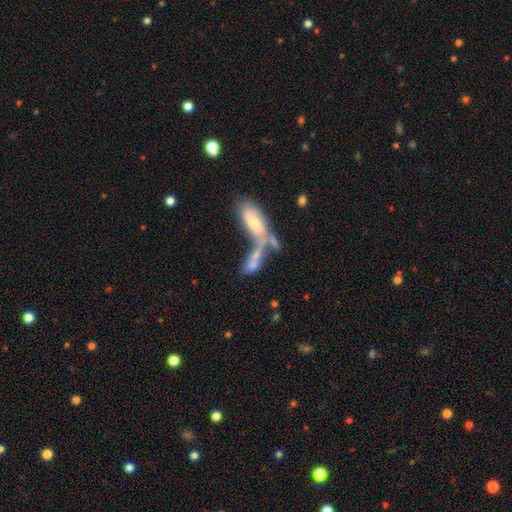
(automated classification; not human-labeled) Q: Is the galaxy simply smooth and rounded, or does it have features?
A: smooth — 46%.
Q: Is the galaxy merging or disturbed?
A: merger — 59%.